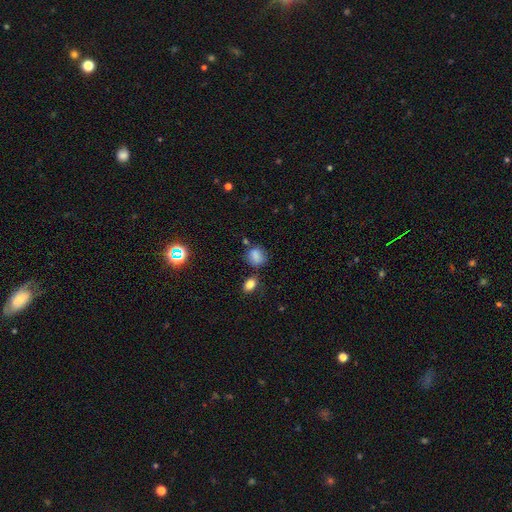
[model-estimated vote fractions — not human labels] Morphology: type=smooth (78%); roundness=round (55%); merging=none (60%).